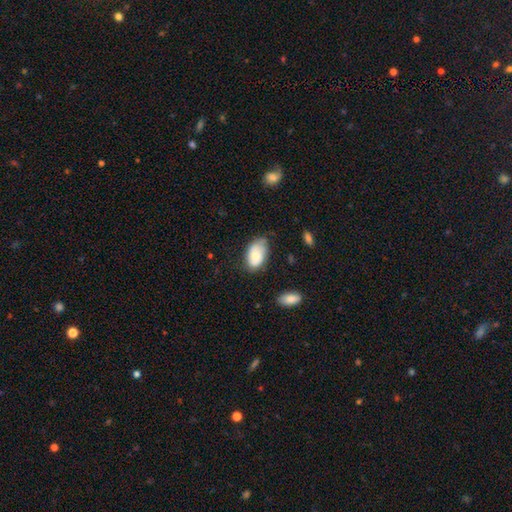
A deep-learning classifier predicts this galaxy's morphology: This appears to be a smooth galaxy with no disk features (69%) that is in between round and cigar-shaped (92%). Merging: none (55%).